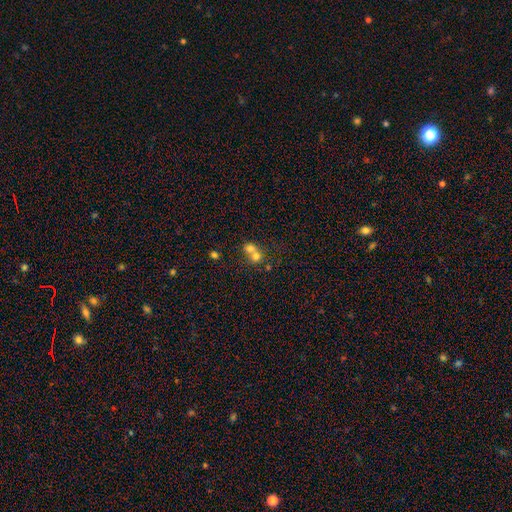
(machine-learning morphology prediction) This is likely a smooth galaxy (68%). How rounded: likely round (76%). Merging: likely merger (69%).